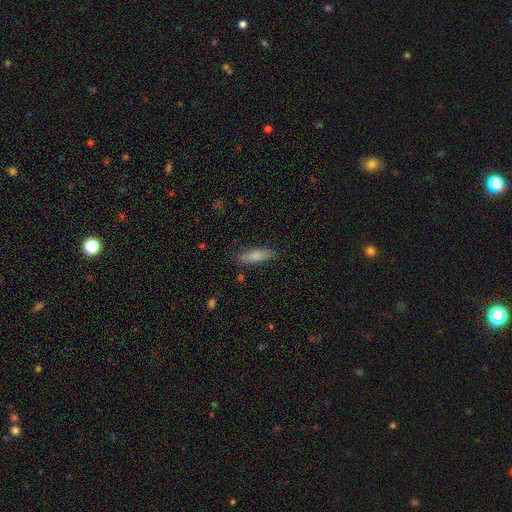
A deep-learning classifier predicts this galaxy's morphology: This appears to be a smooth galaxy with no disk features (81%) that is cigar-shaped (59%). Merging: none (84%).